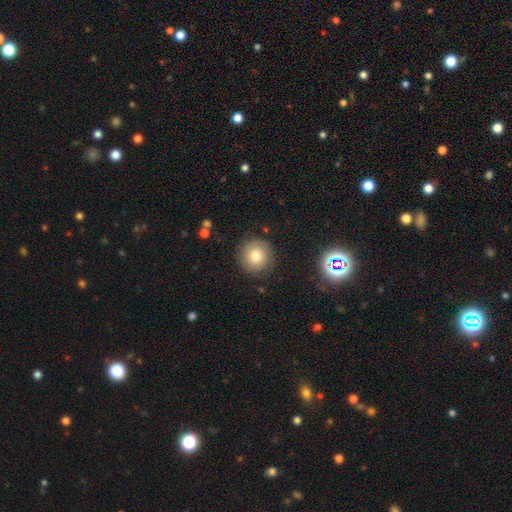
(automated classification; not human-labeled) This appears to be a smooth galaxy with no disk features (72%) that is round (93%). Merging: none (84%).